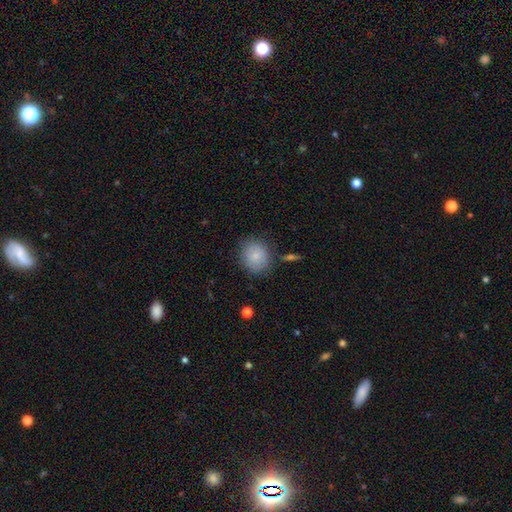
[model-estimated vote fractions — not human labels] This appears to be a smooth galaxy with no disk features (84%) that is round (78%). Merging: none (78%).